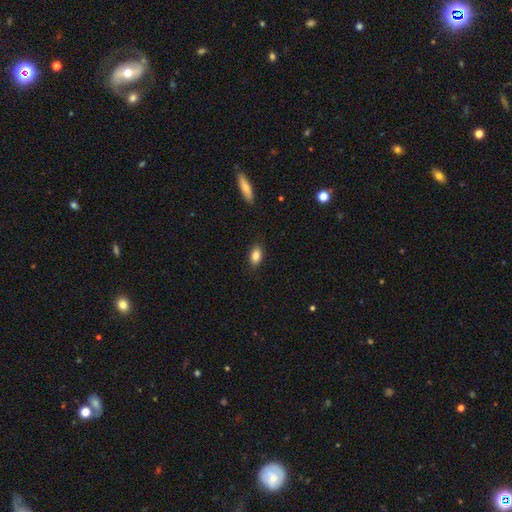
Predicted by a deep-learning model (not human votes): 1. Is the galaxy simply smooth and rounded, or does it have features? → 86% smooth, 8% star or artifact, 6% featured or disk.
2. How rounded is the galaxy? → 87% in between, 9% round, 4% cigar-shaped.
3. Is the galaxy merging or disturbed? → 86% none, 10% minor disturbance, 2% major disturbance, 1% merger.